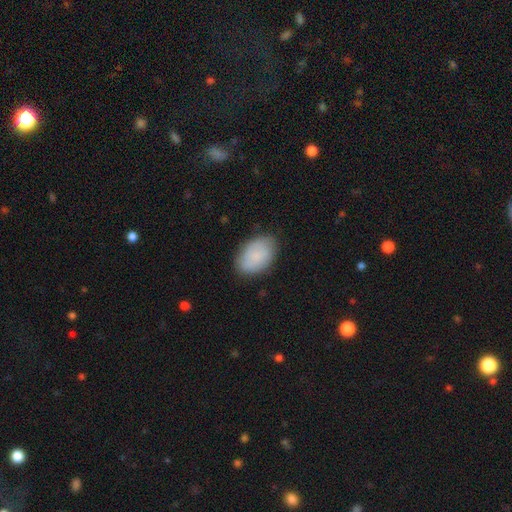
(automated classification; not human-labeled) Smooth or featured?
  - smooth: 81% *
  - featured or disk: 12%
  - star or artifact: 6%
How rounded?
  - in between: 90% *
  - round: 9%
  - cigar-shaped: 1%
Merging?
  - none: 81% *
  - minor disturbance: 14%
  - major disturbance: 3%
  - merger: 1%